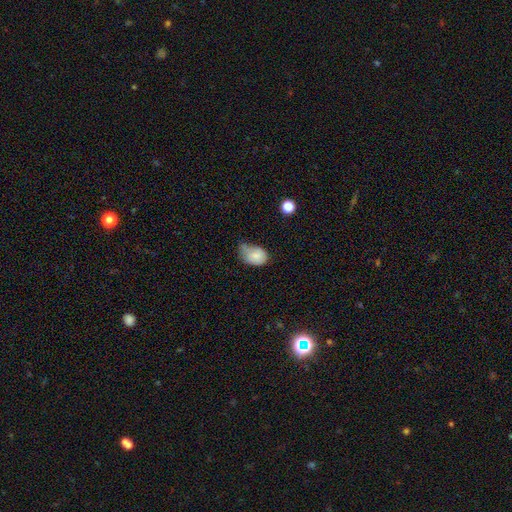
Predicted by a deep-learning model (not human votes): smooth_or_featured: smooth (p=0.80) [alt: featured or disk p=0.12]
how_rounded: in between (p=0.79) [alt: round p=0.20]
merging: minor disturbance (p=0.46) [alt: none p=0.31]